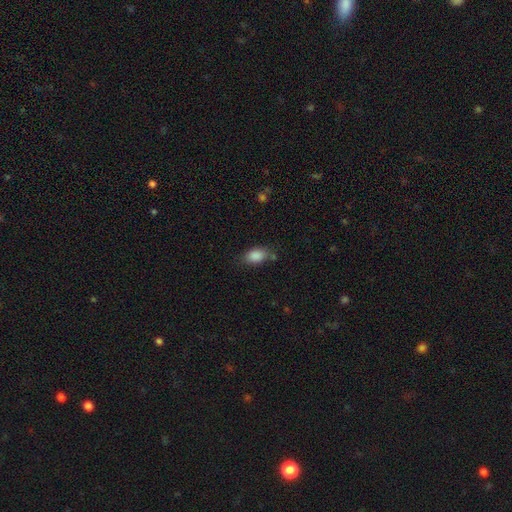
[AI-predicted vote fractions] Smooth or featured: smooth — 87% (star or artifact — 8%)
How rounded: in between — 88% (round — 9%)
Merging: none — 71% (minor disturbance — 19%)